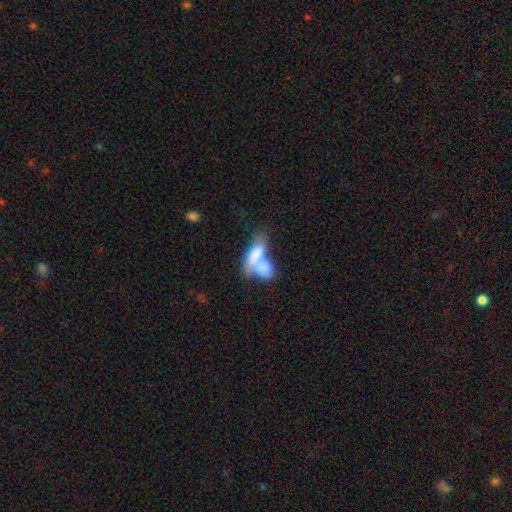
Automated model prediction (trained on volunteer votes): Smooth or featured: smooth — 69% (featured or disk — 24%)
How rounded: in between — 84% (cigar-shaped — 9%)
Merging: merger — 73% (none — 12%)